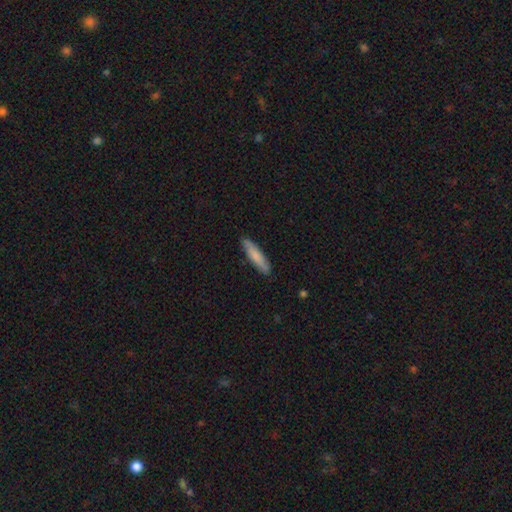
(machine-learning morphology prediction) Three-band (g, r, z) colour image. It shows a smooth galaxy with no disk features (79%) that is cigar-shaped (83%). Merging: none (88%).